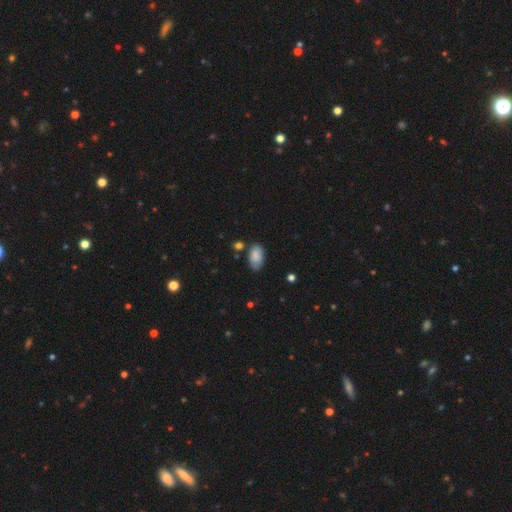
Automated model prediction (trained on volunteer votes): This is clearly a smooth galaxy (84%). How rounded: clearly in between (94%). Merging: likely none (73%).